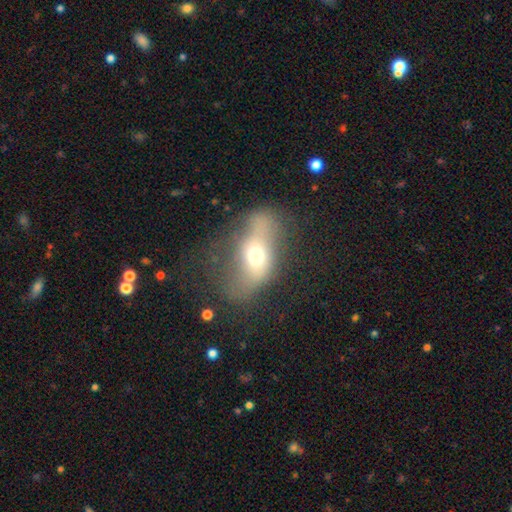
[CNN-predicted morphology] A smooth galaxy with no disk features (47%).

Vote fractions:
- Smooth or featured? smooth: 47% / featured or disk: 43% / star or artifact: 10%
- Merging? major disturbance: 35% (tied) / none: 35% (tied) / minor disturbance: 25% / merger: 5%